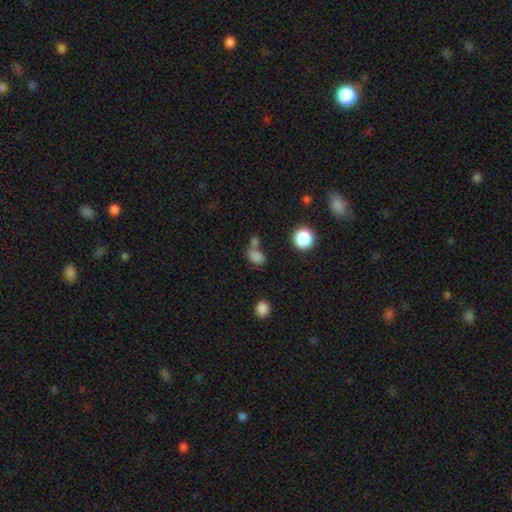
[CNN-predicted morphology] Q: Smooth or featured?
A: smooth (79%); runner-up: star or artifact (14%)
Q: How rounded?
A: in between (75%); runner-up: round (23%)
Q: Merging?
A: none (43%); runner-up: merger (36%)